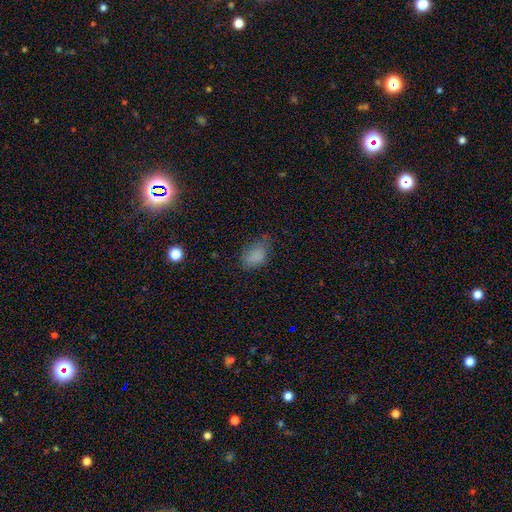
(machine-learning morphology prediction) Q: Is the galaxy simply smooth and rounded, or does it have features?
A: smooth — 80%.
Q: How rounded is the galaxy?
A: in between — 88%.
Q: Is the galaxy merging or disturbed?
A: none — 53%.